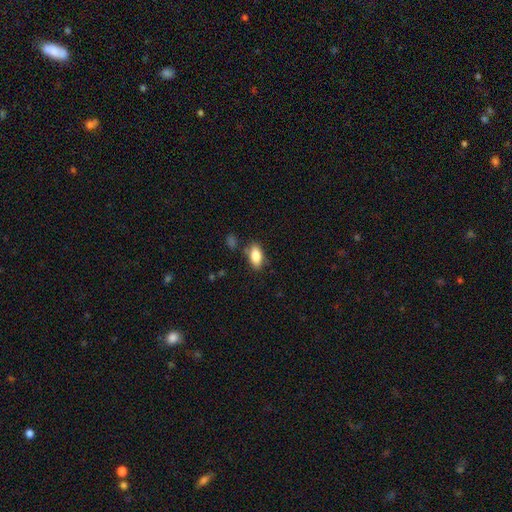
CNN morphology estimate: A smooth galaxy with no disk features (85%) that is in between round and cigar-shaped (89%). Merging: none (76%).